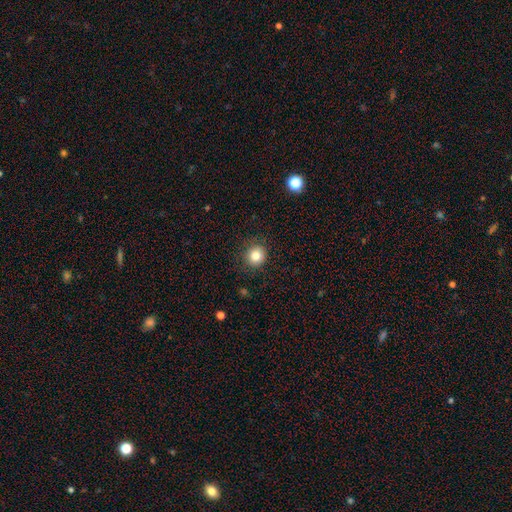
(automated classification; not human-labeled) smooth_or_featured: smooth (p=0.83) [alt: star or artifact p=0.10]
how_rounded: round (p=0.87) [alt: in between p=0.12]
merging: none (p=0.88) [alt: minor disturbance p=0.09]